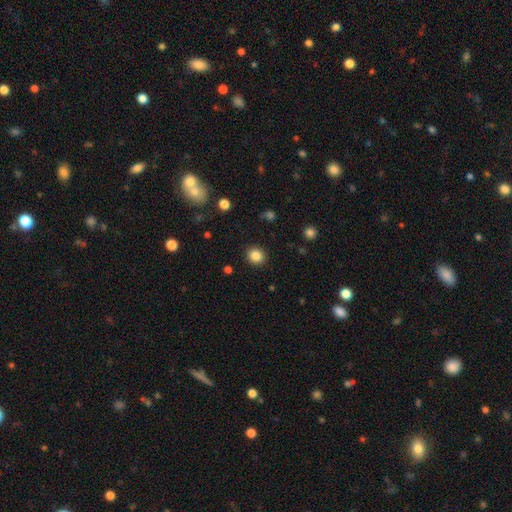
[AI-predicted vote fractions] This appears to be a smooth galaxy with no disk features (85%) that is round (81%). Merging: none (91%).